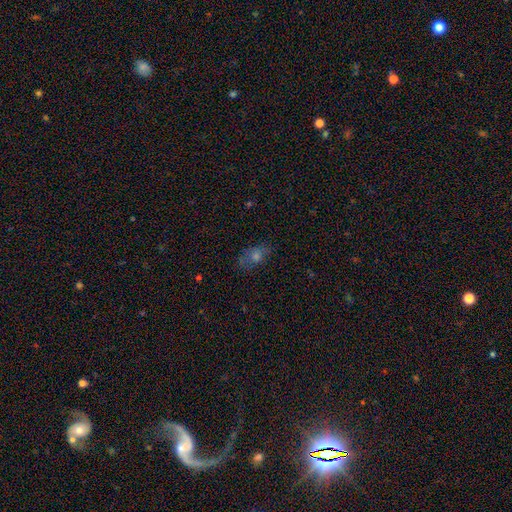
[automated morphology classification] Q: Smooth or featured?
A: smooth (51%); runner-up: star or artifact (25%)
Q: How rounded?
A: in between (70%); runner-up: round (26%)
Q: Merging?
A: none (72%); runner-up: minor disturbance (19%)